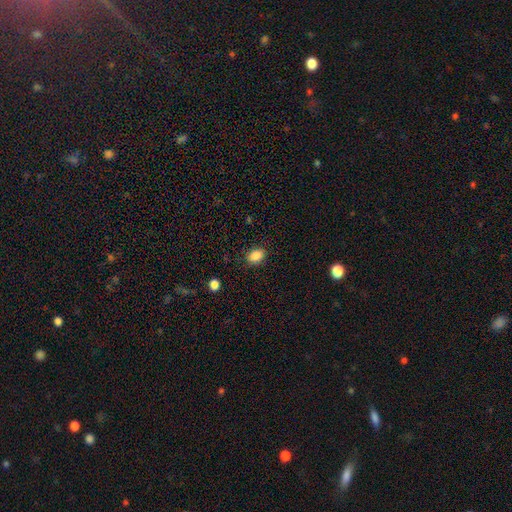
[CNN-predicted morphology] Overall: smooth (87%). How rounded: in between (71%). Merging: none (86%).